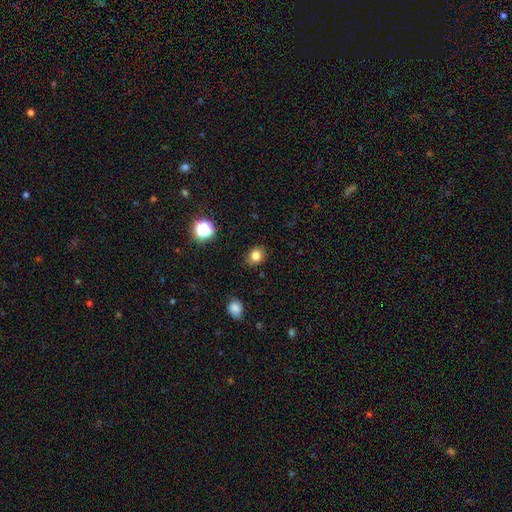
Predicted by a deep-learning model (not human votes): A smooth galaxy with no disk features (81%) that is round (60%). Merging: none (86%).